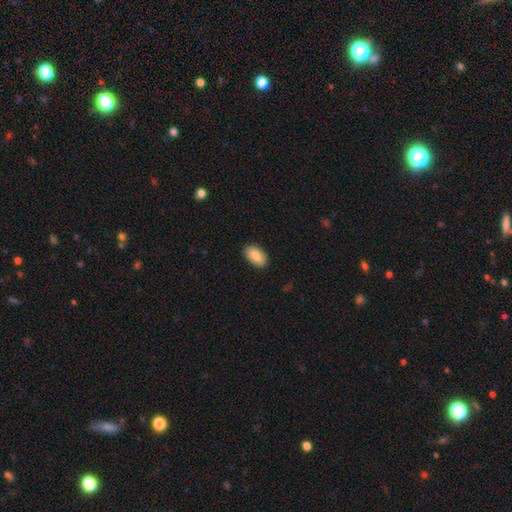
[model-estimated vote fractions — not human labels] A smooth galaxy with no disk features (86%) that is in between round and cigar-shaped (94%).

Vote fractions:
- Smooth or featured? smooth: 86% / featured or disk: 8% / star or artifact: 6%
- How rounded? in between: 94% / round: 4% / cigar-shaped: 3%
- Merging? none: 88% / minor disturbance: 9% / major disturbance: 2% / merger: 1%